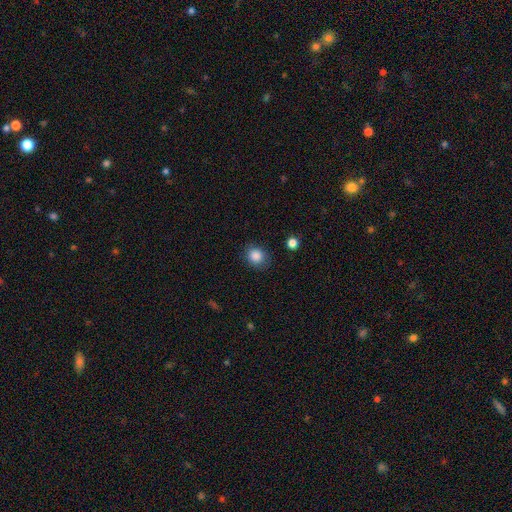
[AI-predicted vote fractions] smooth 86%, star or artifact 10%, featured or disk 4%. Down the decision tree: how rounded — round (75%); merging — none (82%).